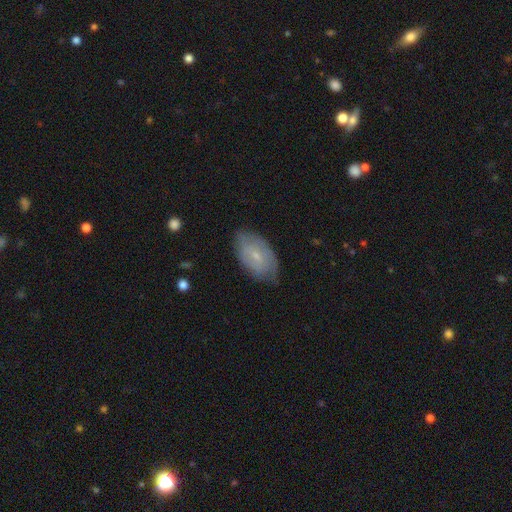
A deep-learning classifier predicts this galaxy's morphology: smooth 50%, featured or disk 43%, star or artifact 7%. Down the decision tree: merging — none (70%).